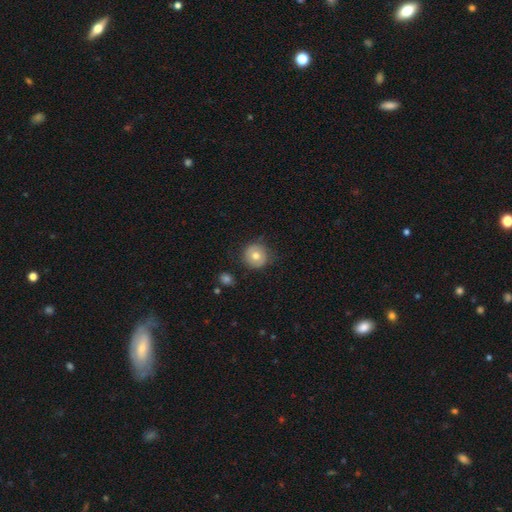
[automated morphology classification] type=smooth (70%); roundness=round (92%); merging=none (79%).